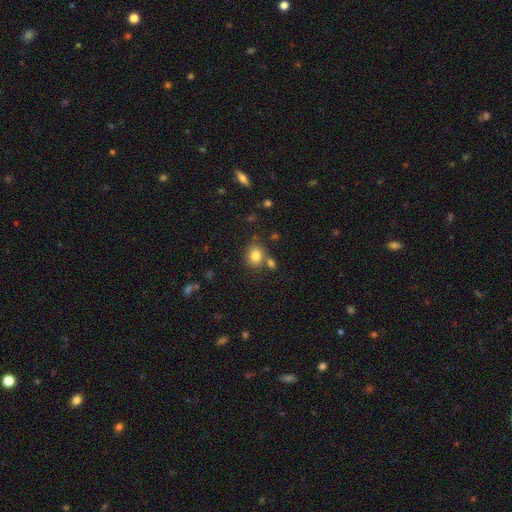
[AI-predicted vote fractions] smooth 82%, star or artifact 11%, featured or disk 8%. Down the decision tree: how rounded — round (68%); merging — none (67%).